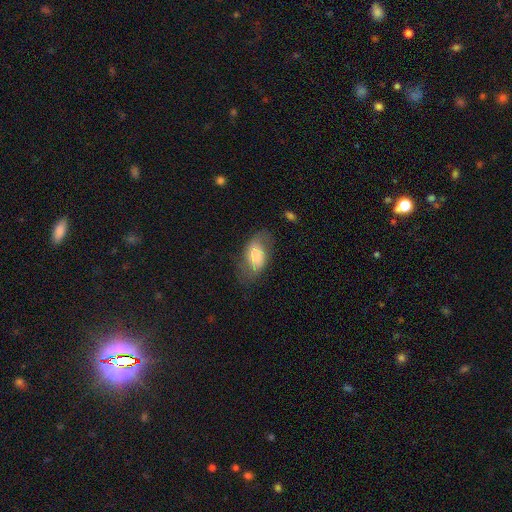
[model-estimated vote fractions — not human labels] Q: Smooth or featured?
A: smooth (62%); runner-up: featured or disk (31%)
Q: How rounded?
A: in between (90%); runner-up: round (7%)
Q: Merging?
A: none (58%); runner-up: minor disturbance (26%)